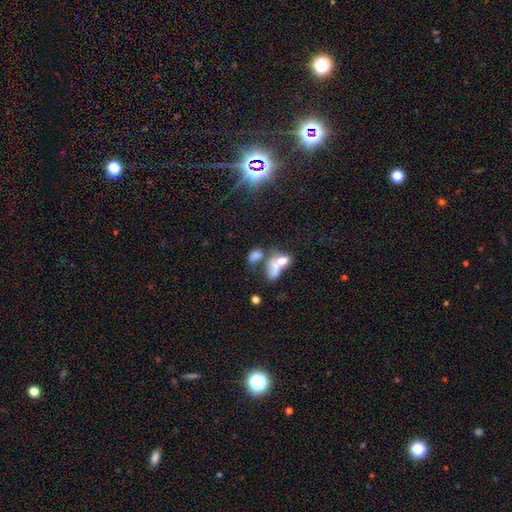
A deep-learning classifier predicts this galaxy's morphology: A smooth galaxy with no disk features (62%) that is in between round and cigar-shaped (83%). Merging: merger (58%).